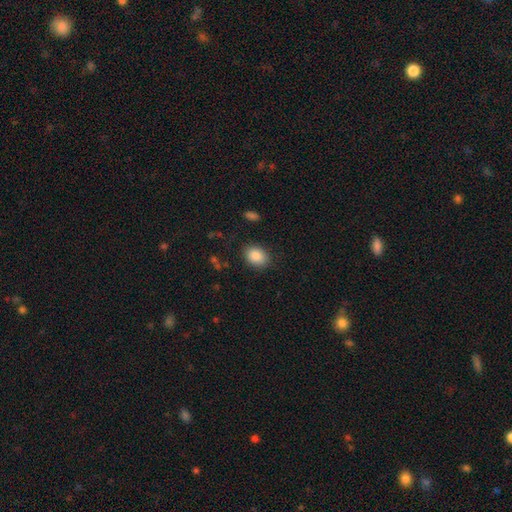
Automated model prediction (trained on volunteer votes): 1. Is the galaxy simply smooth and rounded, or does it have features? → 88% smooth, 8% star or artifact, 5% featured or disk.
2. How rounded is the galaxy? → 66% in between, 33% round, 1% cigar-shaped.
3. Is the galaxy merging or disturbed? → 85% none, 10% minor disturbance, 3% major disturbance, 1% merger.